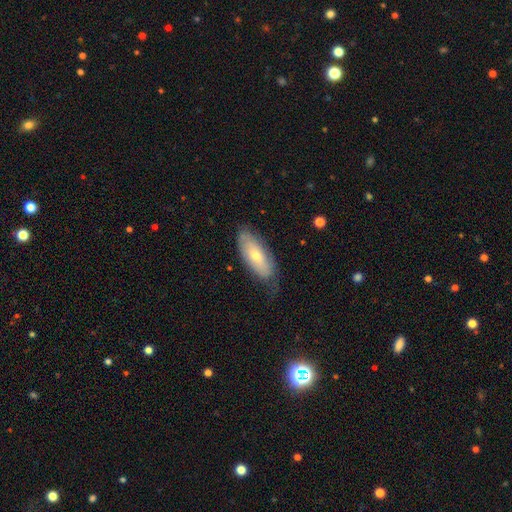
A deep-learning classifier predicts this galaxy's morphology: A smooth galaxy with no disk features (56%) that is in between round and cigar-shaped (77%).

Vote fractions:
- Smooth or featured? smooth: 56% / featured or disk: 37% / star or artifact: 7%
- How rounded? in between: 77% / cigar-shaped: 20% / round: 2%
- Merging? none: 63% / minor disturbance: 27% / major disturbance: 9% / merger: 1%